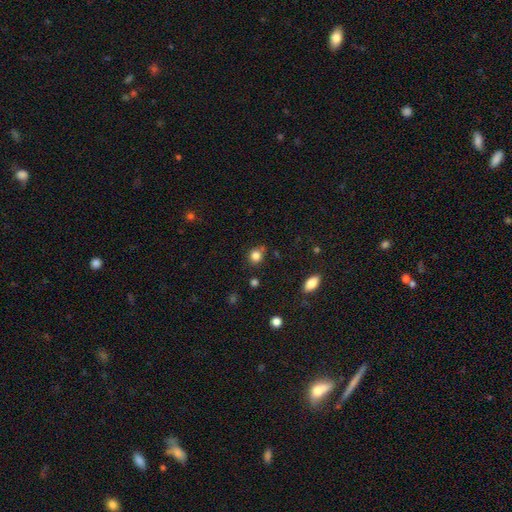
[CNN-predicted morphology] Q: Smooth or featured?
A: smooth (83%); runner-up: star or artifact (12%)
Q: How rounded?
A: round (80%); runner-up: in between (19%)
Q: Merging?
A: none (76%); runner-up: minor disturbance (15%)